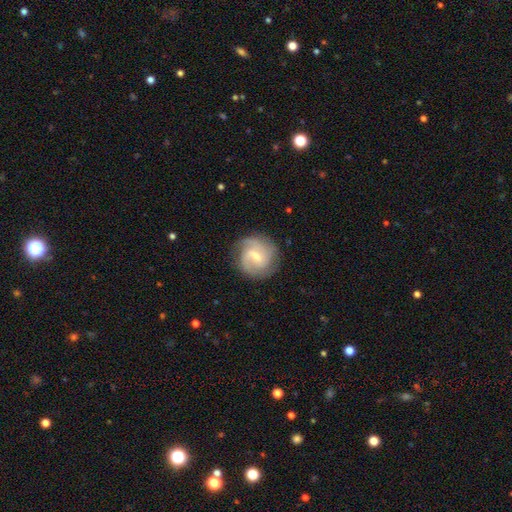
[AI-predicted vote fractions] smooth-or-featured: featured or disk: 81% | smooth: 13% | star or artifact: 5%
  disk-edge-on: no: 98% | yes: 2%
    bar: weak: 58% | no: 27% | strong: 15%
    has-spiral-arms: yes: 96% | no: 4%
      spiral-winding: medium: 44% | tight: 43% | loose: 13%
      spiral-arm-count: 2: 39% | 3: 31% | can't tell: 15% | 4: 6% | 1: 5% | more than 4: 4%
    bulge-size: small: 55% | moderate: 41% | large: 2% | none: 1% | dominant: 1%
  merging: none: 80% | minor disturbance: 14% | major disturbance: 5% | merger: 1%